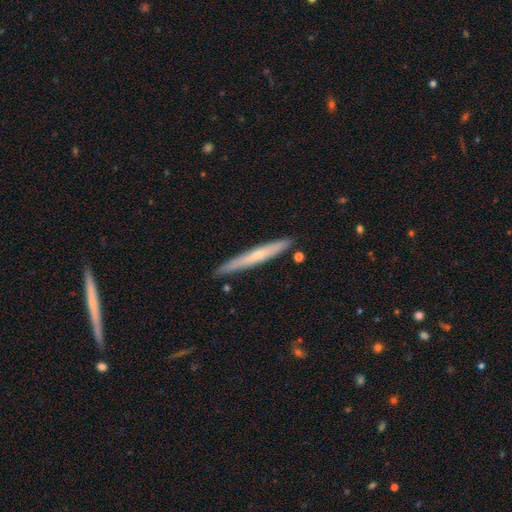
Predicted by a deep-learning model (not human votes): featured or disk 52%, smooth 40%, star or artifact 7%. Down the decision tree: edge-on disk — yes (95%); edge-on bulge — none (49%); merging — none (87%).